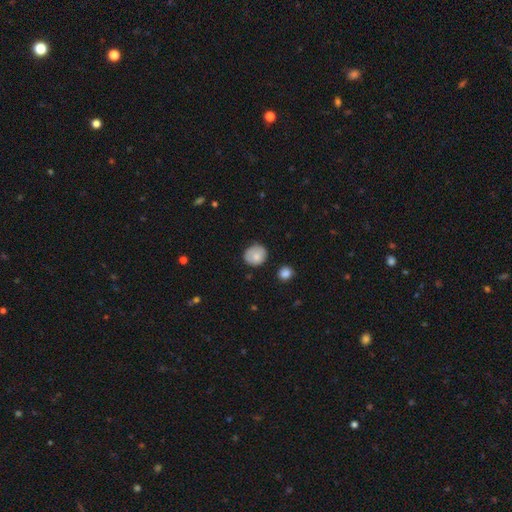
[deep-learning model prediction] A smooth galaxy with no disk features (80%) that is round (81%).

Vote fractions:
- Smooth or featured? smooth: 80% / featured or disk: 12% / star or artifact: 8%
- How rounded? round: 81% / in between: 18% / cigar-shaped: 1%
- Merging? none: 76% / minor disturbance: 19% / major disturbance: 4% / merger: 2%